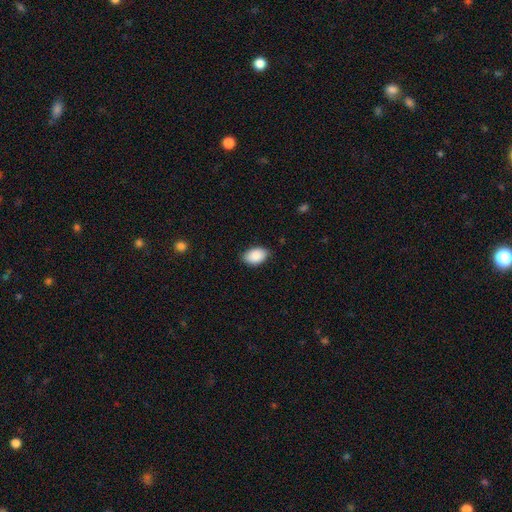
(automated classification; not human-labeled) A smooth galaxy with no disk features (89%) that is in between round and cigar-shaped (91%). Merging: none (83%).